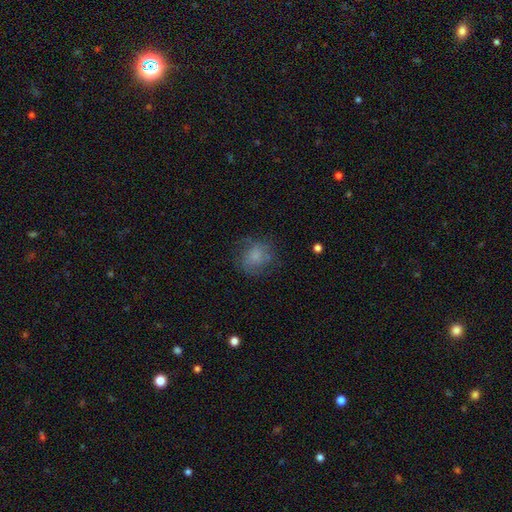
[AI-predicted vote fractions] smooth 67%, featured or disk 23%, star or artifact 11%. Down the decision tree: how rounded — round (68%); merging — none (63%).